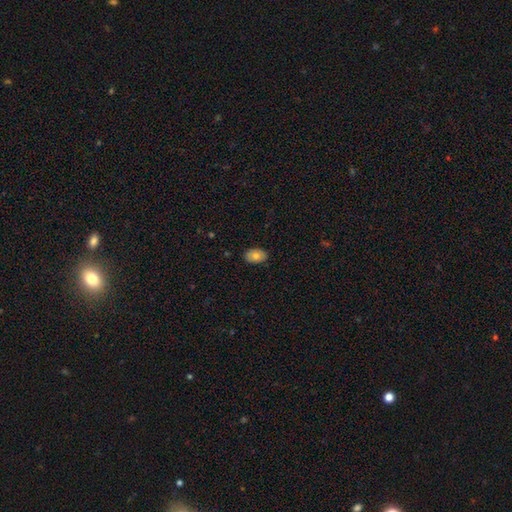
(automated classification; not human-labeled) Morphology: type=smooth (75%); roundness=in between (85%); merging=none (86%).